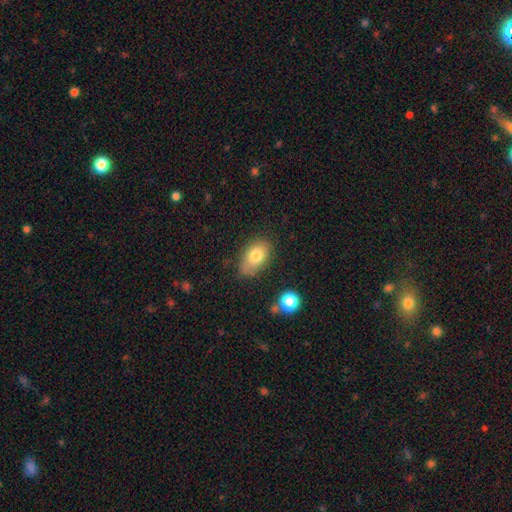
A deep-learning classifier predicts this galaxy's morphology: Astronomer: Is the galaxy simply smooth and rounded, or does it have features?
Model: smooth — 78%.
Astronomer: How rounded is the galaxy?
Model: in between — 88%.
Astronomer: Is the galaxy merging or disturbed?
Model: none — 71%.